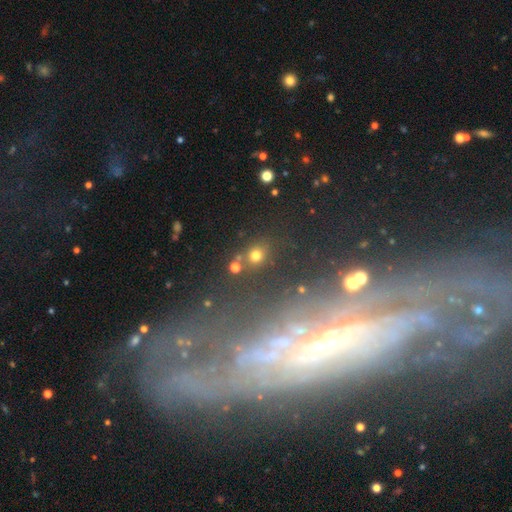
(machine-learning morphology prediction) smooth_or_featured: smooth (p=0.71) [alt: star or artifact p=0.22]
how_rounded: round (p=0.78) [alt: in between p=0.20]
merging: none (p=0.76) [alt: merger p=0.10]